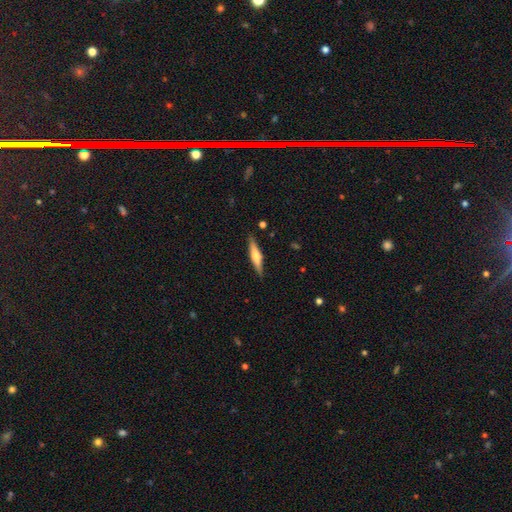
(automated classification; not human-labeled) Smooth or featured? Predicted: featured or disk (p=0.52). Edge-on disk? Predicted: yes (p=0.96). Merging? Predicted: none (p=0.89).